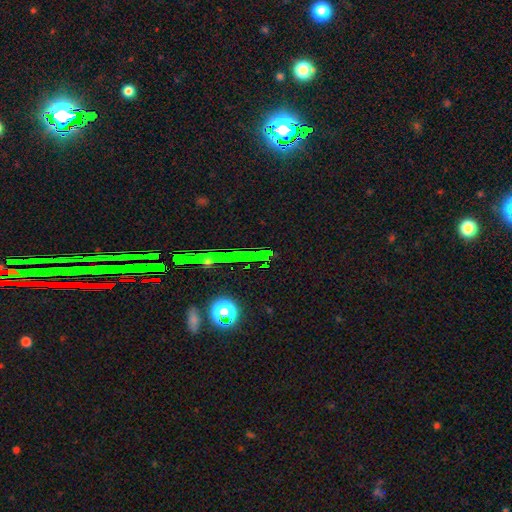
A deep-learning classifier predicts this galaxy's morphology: This appears to be a star or artifact, not a galaxy (72%).